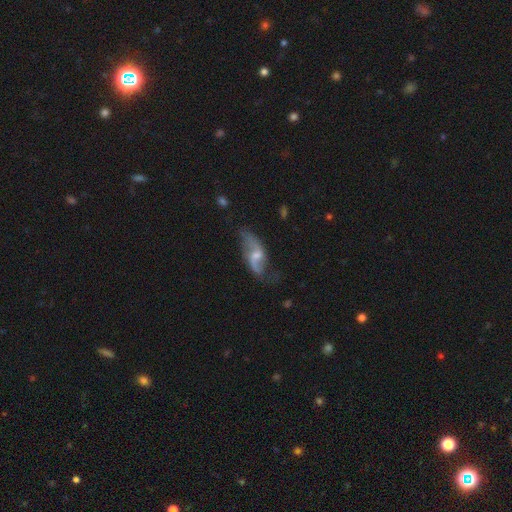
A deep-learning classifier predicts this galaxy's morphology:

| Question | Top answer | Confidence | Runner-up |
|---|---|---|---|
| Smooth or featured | featured or disk | 76% | smooth (17%) |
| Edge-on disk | no | 93% | yes (7%) |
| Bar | weak | 48% | no (38%) |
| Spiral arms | yes | 90% | no (10%) |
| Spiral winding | loose | 78% | medium (17%) |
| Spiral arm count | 2 | 87% | can't tell (5%) |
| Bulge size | small | 45% | moderate (40%) |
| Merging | none | 57% | minor disturbance (24%) |